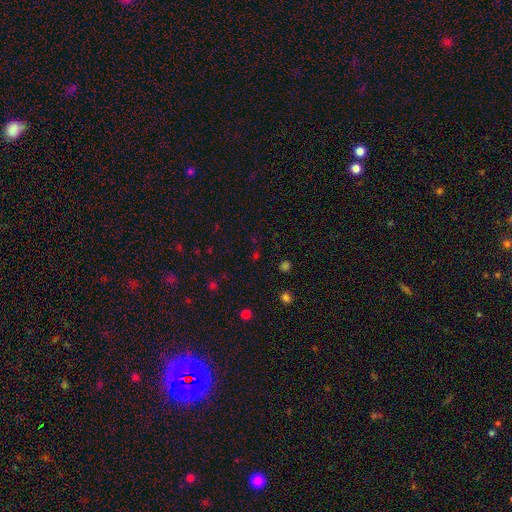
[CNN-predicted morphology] Smooth or featured? star or artifact (51%)